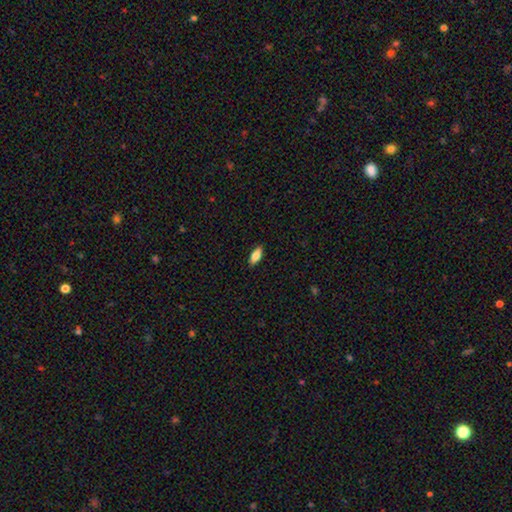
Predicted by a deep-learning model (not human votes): This appears to be a smooth galaxy with no disk features (80%) that is in between round and cigar-shaped (79%). Merging: none (87%).